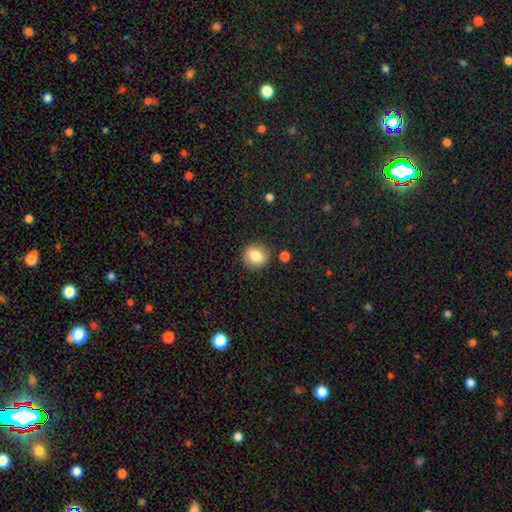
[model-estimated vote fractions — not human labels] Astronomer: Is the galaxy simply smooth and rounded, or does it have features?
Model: smooth — 81%.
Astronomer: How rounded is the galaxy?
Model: round — 86%.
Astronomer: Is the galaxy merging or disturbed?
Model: none — 87%.